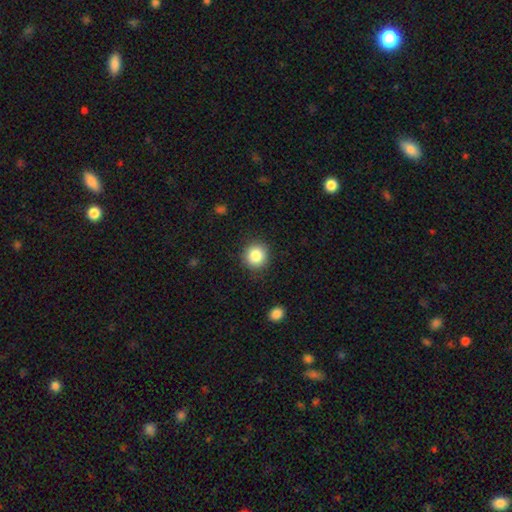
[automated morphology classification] A smooth galaxy with no disk features (84%) that is round (92%). Merging: none (89%).